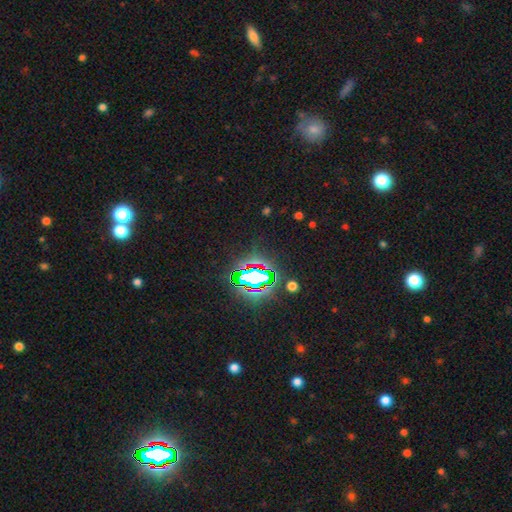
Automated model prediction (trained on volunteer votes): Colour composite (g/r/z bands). It shows a star or artifact, not a galaxy (81%).